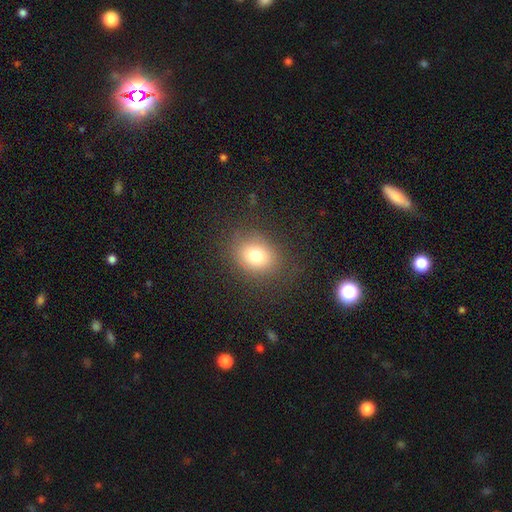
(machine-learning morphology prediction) The model was most divided on "how rounded": round: 54%, in between: 45%, cigar-shaped: 1%. More confident: merging — none (83%); smooth or featured — smooth (76%).